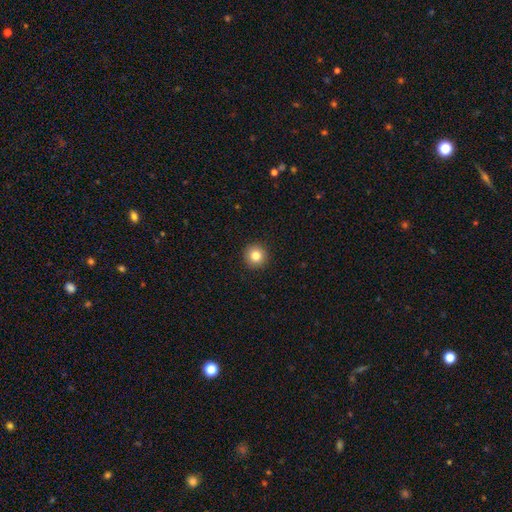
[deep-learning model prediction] A smooth galaxy with no disk features (82%) that is round (96%). Merging: none (93%).